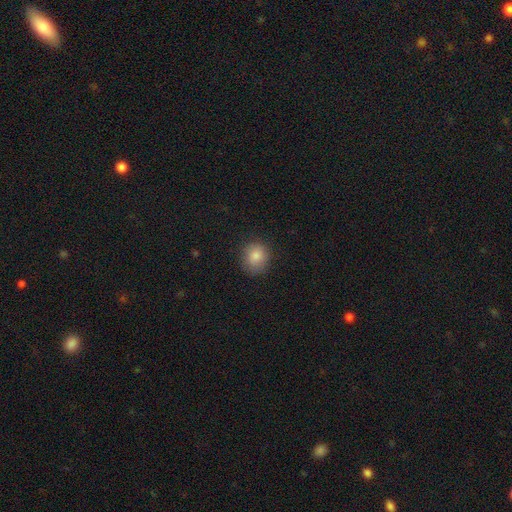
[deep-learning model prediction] A smooth galaxy with no disk features (84%) that is round (81%). Merging: none (84%).